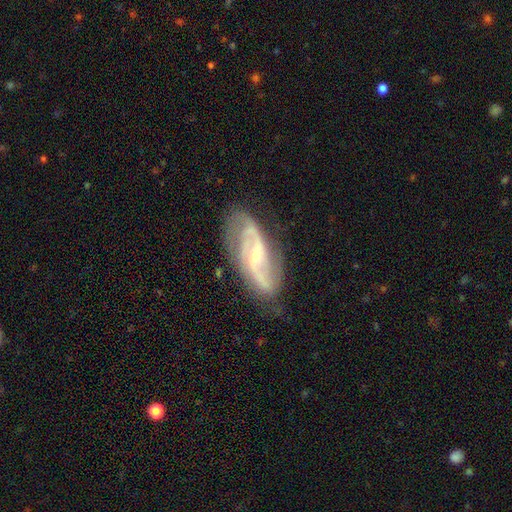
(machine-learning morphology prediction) The model was most divided on "bar": weak: 43%, no: 36%, strong: 20%. Remaining: spiral arms — yes (96%); edge-on disk — no (94%); smooth or featured — featured or disk (87%); spiral arm count — 2 (76%); merging — none (75%); bulge size — small (69%); spiral winding — medium (50%).